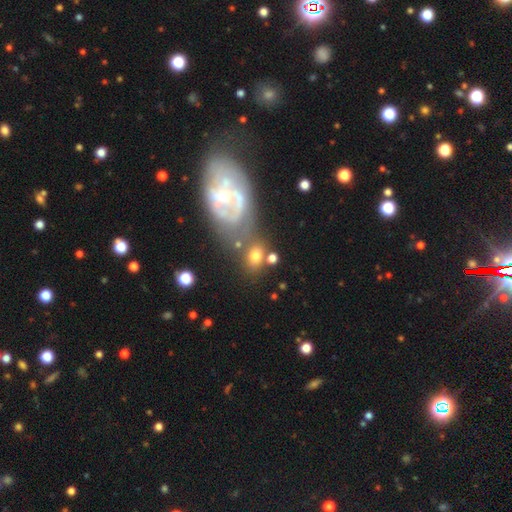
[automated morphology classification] Smooth or featured?
  - smooth: 64% *
  - featured or disk: 24%
  - star or artifact: 12%
How rounded?
  - in between: 64% *
  - round: 33%
  - cigar-shaped: 2%
Merging?
  - none: 49% *
  - merger: 23%
  - minor disturbance: 17%
  - major disturbance: 12%